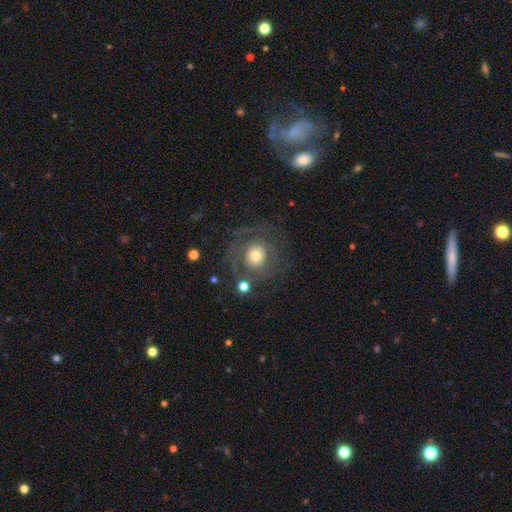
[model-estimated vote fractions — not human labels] Smooth or featured: smooth — 46% (featured or disk — 43%)
Merging: none — 66% (major disturbance — 16%)